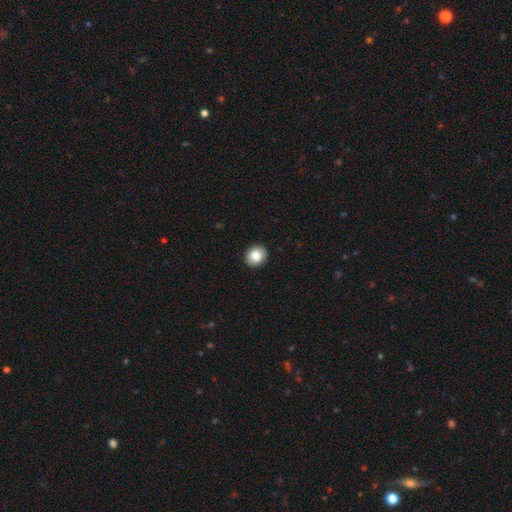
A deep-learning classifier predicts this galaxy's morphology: A smooth galaxy with no disk features (82%) that is round (75%).

Vote fractions:
- Smooth or featured? smooth: 82% / featured or disk: 9% / star or artifact: 9%
- How rounded? round: 75% / in between: 25% / cigar-shaped: 1%
- Merging? none: 93% / minor disturbance: 5% / major disturbance: 1% / merger: 1%